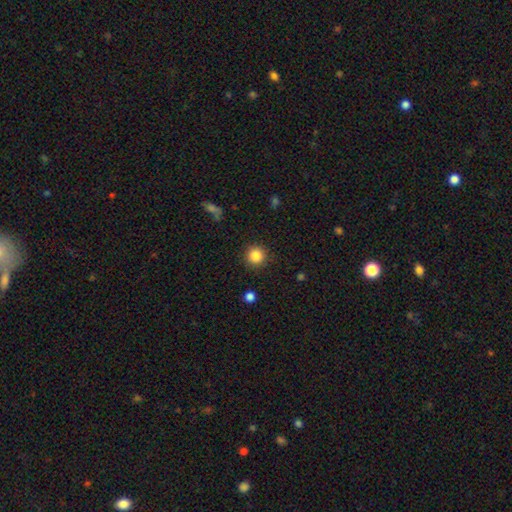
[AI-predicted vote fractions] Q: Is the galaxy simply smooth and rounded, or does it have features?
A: smooth — 85%.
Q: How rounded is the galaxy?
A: round — 94%.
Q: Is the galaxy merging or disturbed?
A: none — 90%.